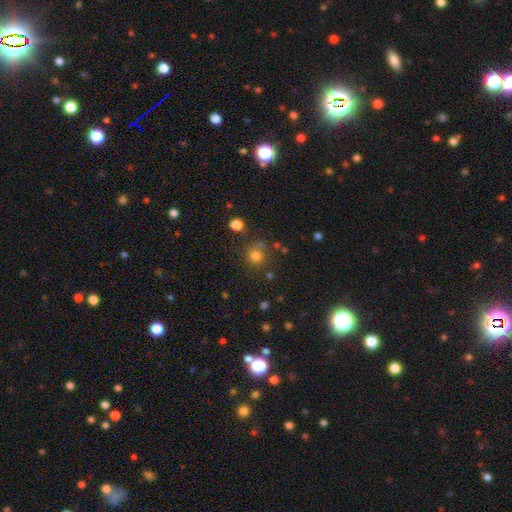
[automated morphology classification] Smooth or featured: smooth — 76% (star or artifact — 17%)
How rounded: round — 88% (in between — 11%)
Merging: none — 71% (minor disturbance — 13%)